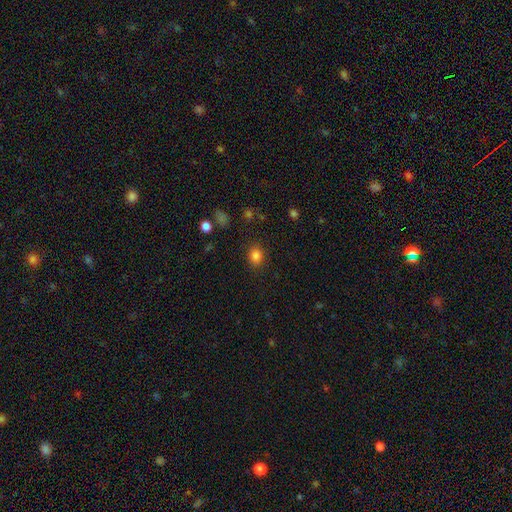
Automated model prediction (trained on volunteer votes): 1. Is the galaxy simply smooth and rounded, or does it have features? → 83% smooth, 12% star or artifact, 5% featured or disk.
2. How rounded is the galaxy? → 57% round, 42% in between, 1% cigar-shaped.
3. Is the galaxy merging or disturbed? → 87% none, 9% minor disturbance, 3% major disturbance, 1% merger.